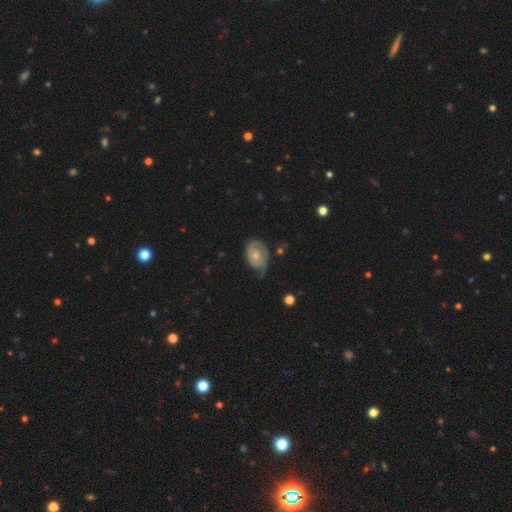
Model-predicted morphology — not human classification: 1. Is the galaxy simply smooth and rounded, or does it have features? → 64% featured or disk, 30% smooth, 6% star or artifact.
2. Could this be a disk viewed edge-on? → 96% no, 4% yes.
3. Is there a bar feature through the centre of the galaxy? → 76% no, 20% weak, 3% strong.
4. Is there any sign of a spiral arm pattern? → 86% yes, 14% no.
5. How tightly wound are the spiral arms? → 51% tight, 33% medium, 16% loose.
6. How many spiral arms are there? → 46% 2, 28% 1, 19% can't tell, 4% 3, 1% 4, 1% more than 4.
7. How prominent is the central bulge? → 51% small, 42% moderate, 4% none, 3% large, 1% dominant.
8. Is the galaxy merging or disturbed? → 45% none, 36% minor disturbance, 17% major disturbance, 2% merger.